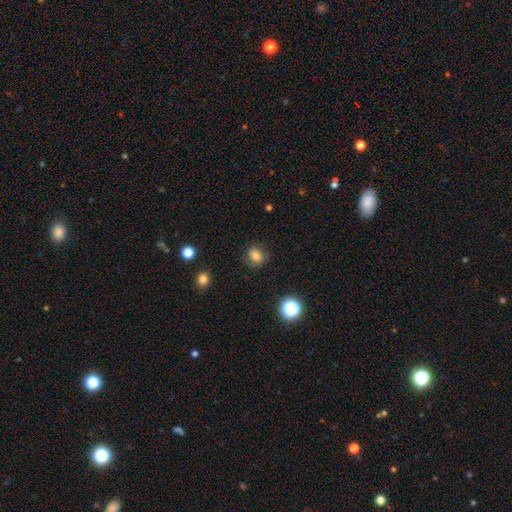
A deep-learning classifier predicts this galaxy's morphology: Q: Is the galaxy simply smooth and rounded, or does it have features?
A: smooth — 80%.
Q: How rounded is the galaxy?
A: round — 61%.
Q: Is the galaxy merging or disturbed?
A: none — 79%.